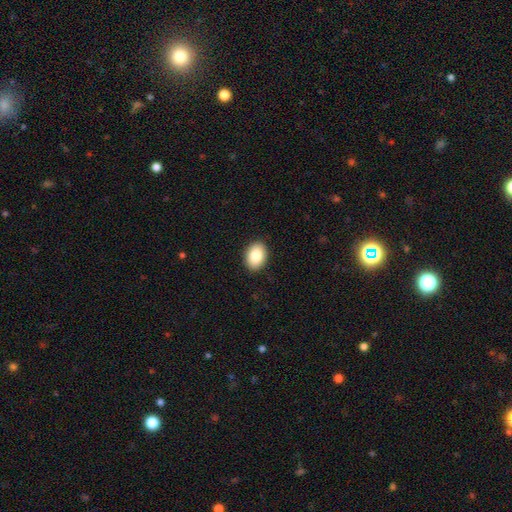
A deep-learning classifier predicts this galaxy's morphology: The model was most divided on "how rounded": in between: 80%, round: 19%, cigar-shaped: 1%. More confident: merging — none (90%); smooth or featured — smooth (87%).